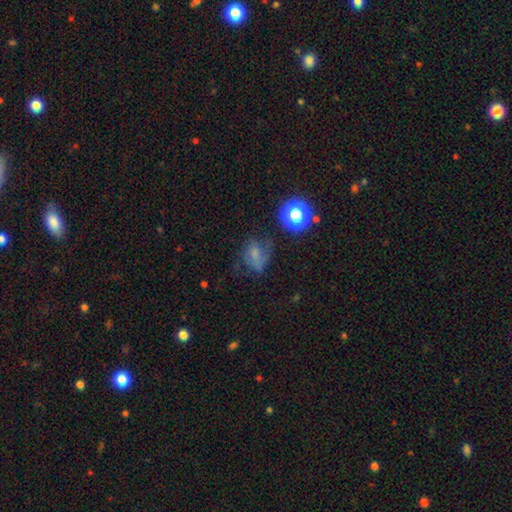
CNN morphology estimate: This appears to be a smooth galaxy with no disk features (49%). Merging: none (45%).